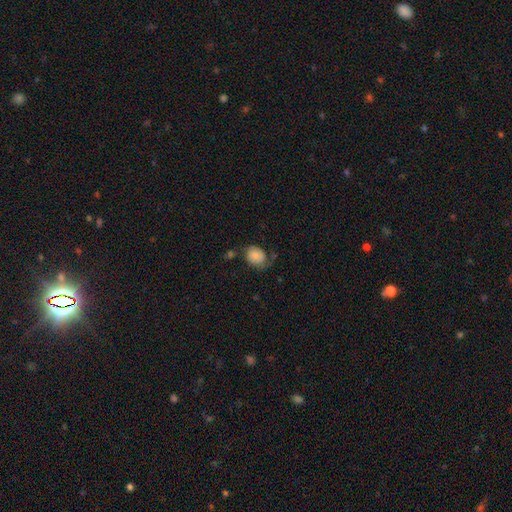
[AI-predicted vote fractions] A smooth galaxy with no disk features (73%) that is in between round and cigar-shaped (51%). Merging: none (44%).